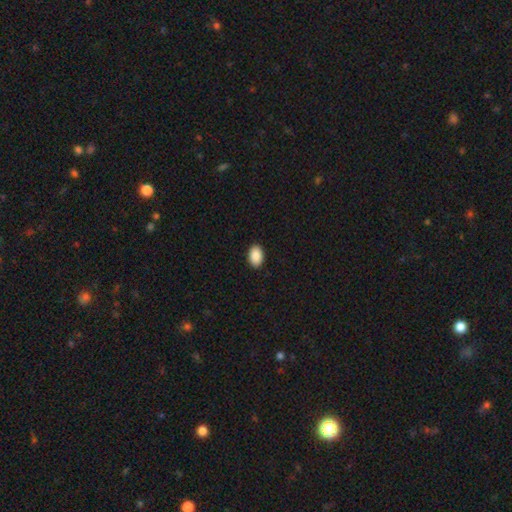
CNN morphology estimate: Overall: smooth (91%). How rounded: in between (90%). Merging: none (91%).